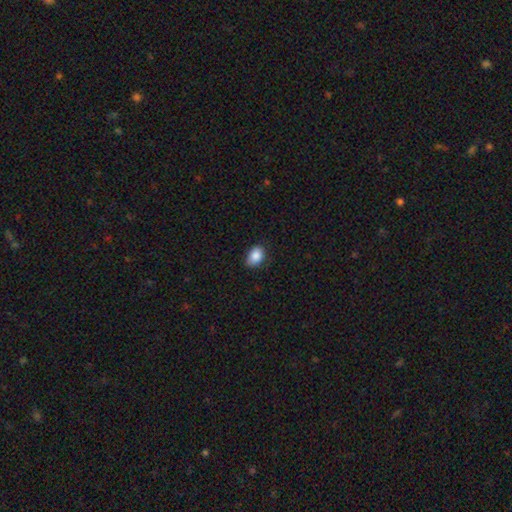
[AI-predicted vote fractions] A smooth galaxy with no disk features (88%) that is in between round and cigar-shaped (78%). Merging: none (75%).